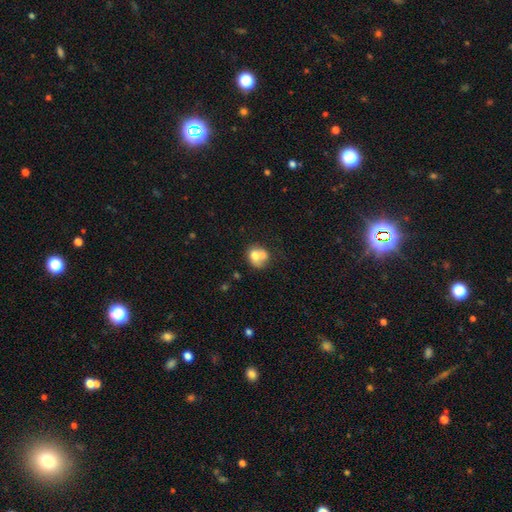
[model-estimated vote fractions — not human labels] A smooth galaxy with no disk features (67%) that is round (63%). Merging: merger (49%).